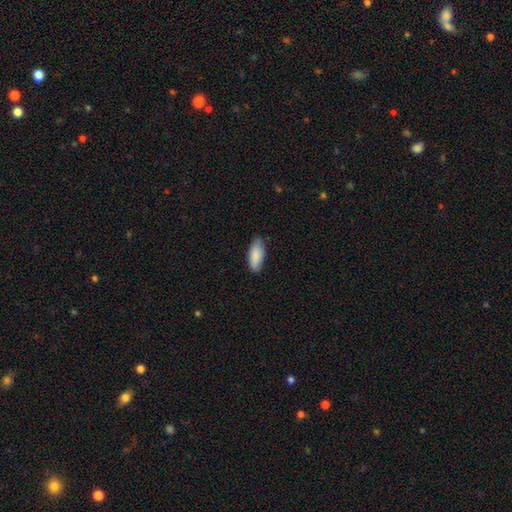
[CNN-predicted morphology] smooth_or_featured: smooth (p=0.87) [alt: featured or disk p=0.07]
how_rounded: in between (p=0.83) [alt: cigar-shaped p=0.15]
merging: none (p=0.76) [alt: minor disturbance p=0.21]